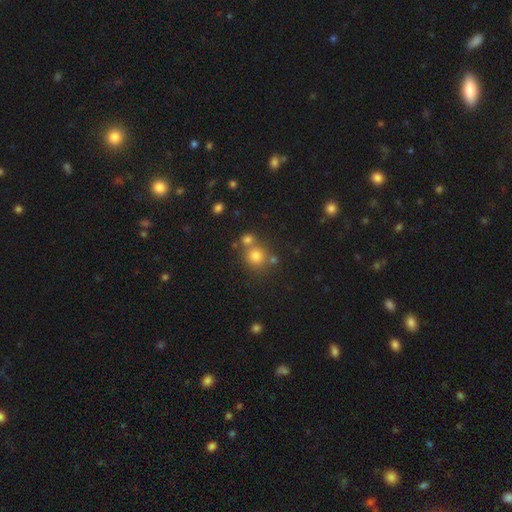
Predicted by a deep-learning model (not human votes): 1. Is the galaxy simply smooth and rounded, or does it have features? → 76% smooth, 15% star or artifact, 9% featured or disk.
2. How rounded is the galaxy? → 88% round, 11% in between, 1% cigar-shaped.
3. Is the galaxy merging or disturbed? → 59% none, 29% merger, 9% minor disturbance, 4% major disturbance.